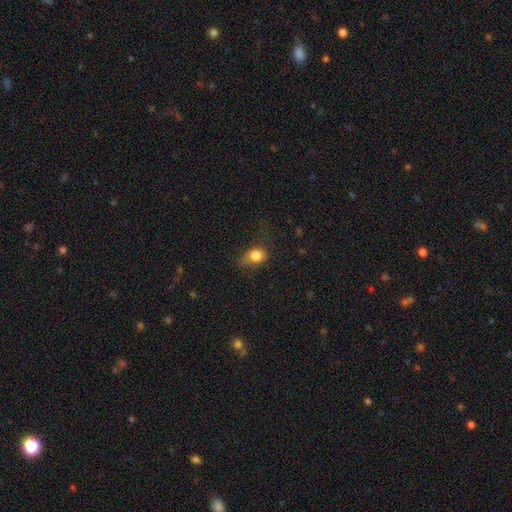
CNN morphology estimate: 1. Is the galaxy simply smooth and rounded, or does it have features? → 81% smooth, 10% star or artifact, 8% featured or disk.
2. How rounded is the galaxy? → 49% in between (tied), 49% round (tied), 2% cigar-shaped.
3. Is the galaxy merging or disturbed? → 46% none, 33% minor disturbance, 19% major disturbance, 2% merger.